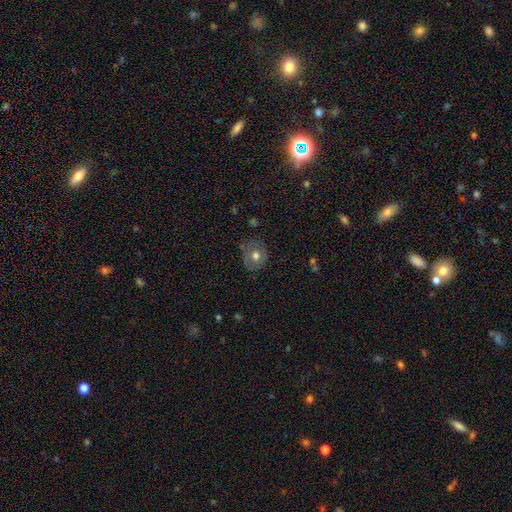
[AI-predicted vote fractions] Morphology: type=smooth (60%); roundness=round (76%); merging=none (73%).